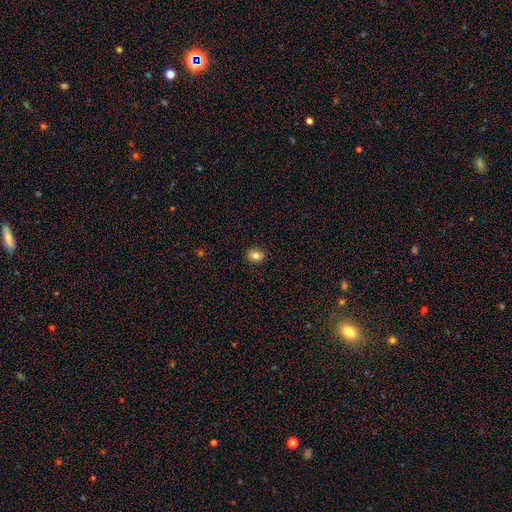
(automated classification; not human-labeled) Smooth or featured?
  - smooth: 83% *
  - star or artifact: 11%
  - featured or disk: 7%
How rounded?
  - in between: 60% *
  - round: 38%
  - cigar-shaped: 1%
Merging?
  - none: 89% *
  - minor disturbance: 8%
  - major disturbance: 2%
  - merger: 1%